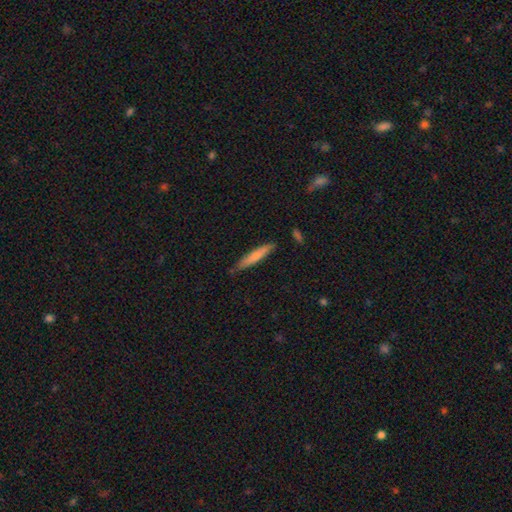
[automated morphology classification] type=smooth (73%); roundness=cigar-shaped (92%); merging=none (80%).